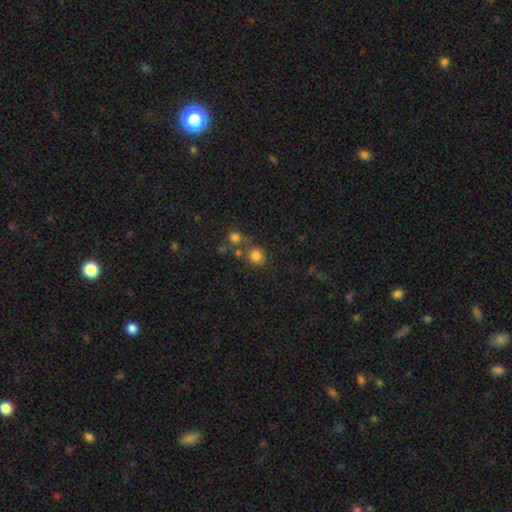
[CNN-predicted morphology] smooth_or_featured: smooth (p=0.80) [alt: star or artifact p=0.14]
how_rounded: round (p=0.89) [alt: in between p=0.10]
merging: none (p=0.66) [alt: merger p=0.20]